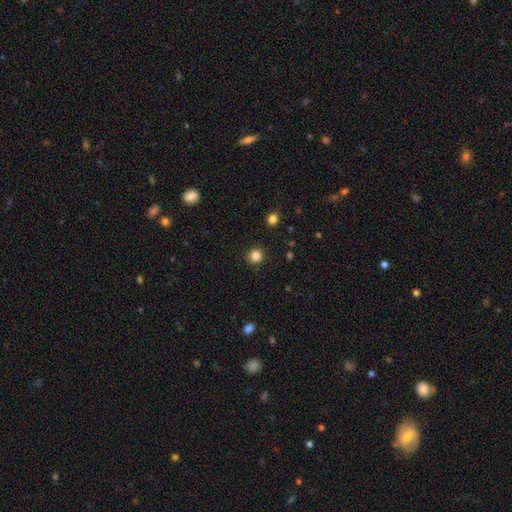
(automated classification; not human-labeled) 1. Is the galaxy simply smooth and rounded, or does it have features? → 84% smooth, 13% star or artifact, 4% featured or disk.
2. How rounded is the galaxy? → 94% round, 5% in between, 1% cigar-shaped.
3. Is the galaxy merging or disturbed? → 91% none, 5% minor disturbance, 2% major disturbance, 1% merger.